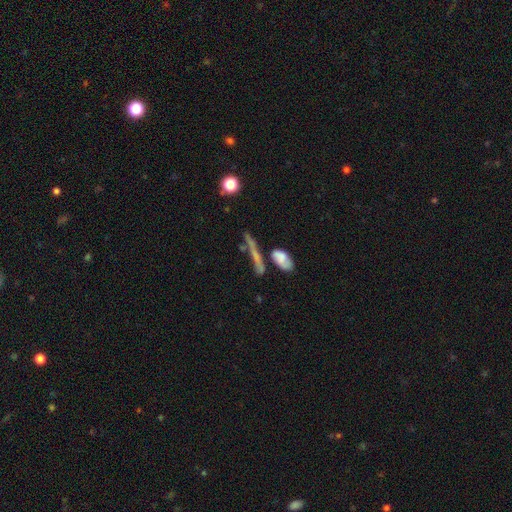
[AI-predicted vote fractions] Smooth or featured? Predicted: smooth (p=0.45). Merging? Predicted: none (p=0.48).